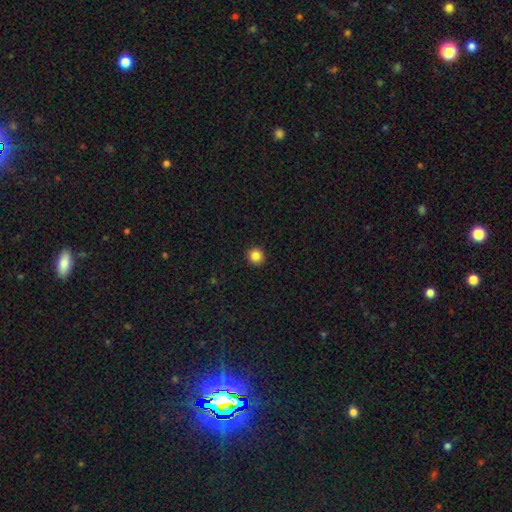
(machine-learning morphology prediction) A smooth galaxy with no disk features (85%) that is round (94%). Merging: none (94%).